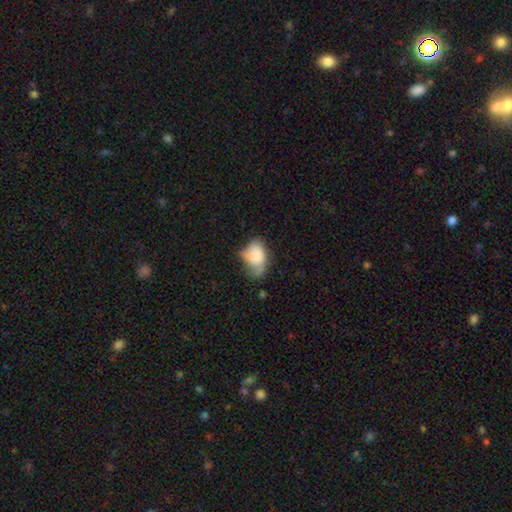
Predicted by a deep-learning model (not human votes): Smooth or featured?
  - smooth: 72% *
  - featured or disk: 19%
  - star or artifact: 9%
How rounded?
  - in between: 80% *
  - round: 18%
  - cigar-shaped: 1%
Merging?
  - minor disturbance: 38% *
  - none: 28%
  - major disturbance: 25%
  - merger: 9%